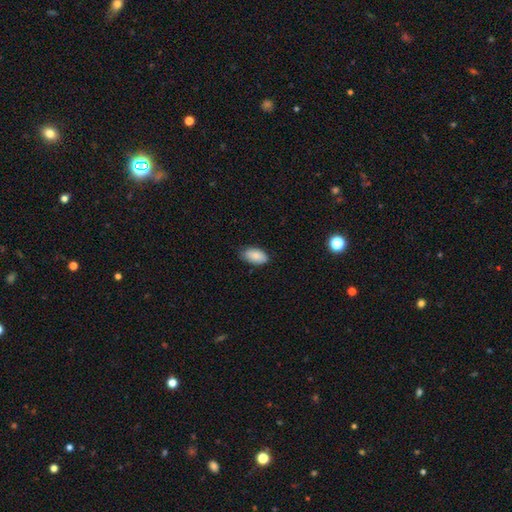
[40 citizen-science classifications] This appears to be a smooth galaxy with no disk features (85%) that is in between round and cigar-shaped (94%). Merging: none (54%).